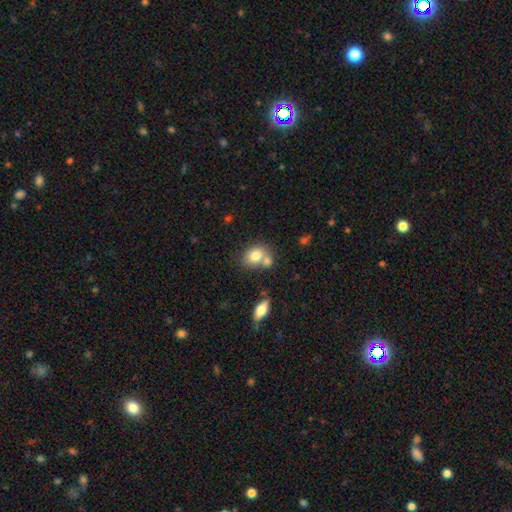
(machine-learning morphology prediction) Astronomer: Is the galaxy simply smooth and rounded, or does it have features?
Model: smooth — 77%.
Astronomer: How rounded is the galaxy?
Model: in between — 60% (runner-up: round, 38%).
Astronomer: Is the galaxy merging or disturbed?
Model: none — 44% (runner-up: merger, 41%).